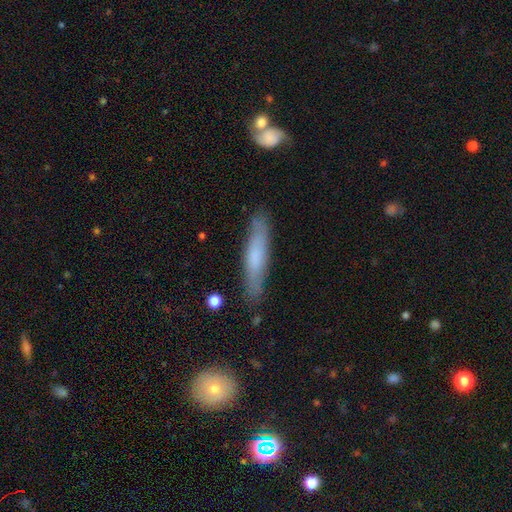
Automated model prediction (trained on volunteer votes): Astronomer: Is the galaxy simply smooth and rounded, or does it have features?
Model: smooth — 61%.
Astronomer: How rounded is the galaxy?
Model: cigar-shaped — 87%.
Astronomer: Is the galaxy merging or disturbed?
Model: none — 81%.